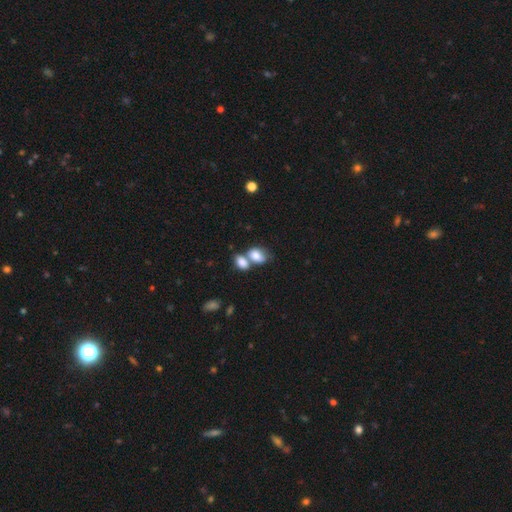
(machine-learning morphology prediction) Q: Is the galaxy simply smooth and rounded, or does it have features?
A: smooth — 79%.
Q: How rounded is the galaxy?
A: in between — 81%.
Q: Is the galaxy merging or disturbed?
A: merger — 60%.